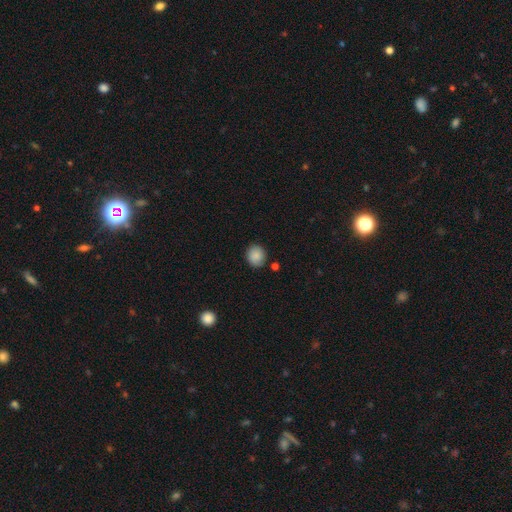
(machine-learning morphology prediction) This is clearly a smooth galaxy (87%). How rounded: likely round (77%). Merging: clearly none (82%).